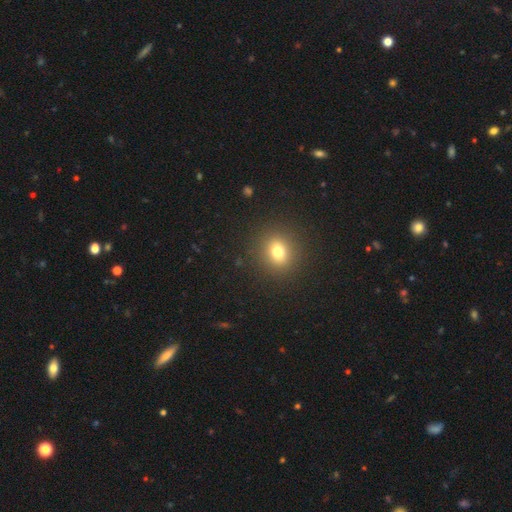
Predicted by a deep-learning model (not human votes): This appears to be a smooth galaxy with no disk features (68%) that is round (81%). Merging: none (92%).